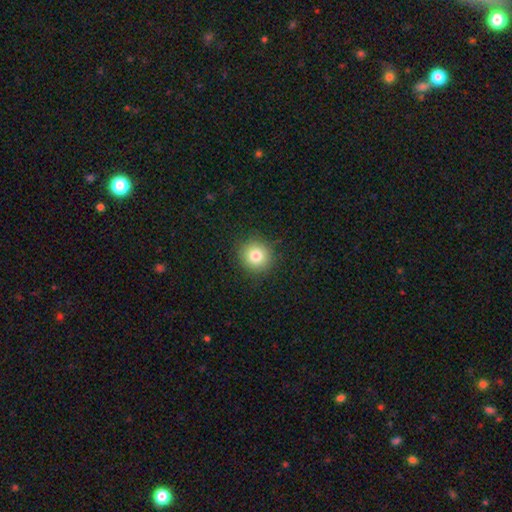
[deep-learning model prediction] Q: Smooth or featured?
A: smooth (81%); runner-up: star or artifact (11%)
Q: How rounded?
A: round (91%); runner-up: in between (8%)
Q: Merging?
A: none (90%); runner-up: minor disturbance (7%)